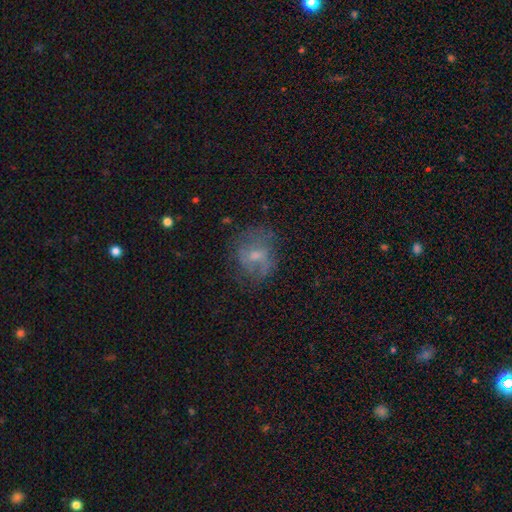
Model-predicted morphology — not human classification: A featured or disk galaxy (47%).

Vote fractions:
- Smooth or featured? featured or disk: 47% / smooth: 42% / star or artifact: 11%
- Merging? none: 56% / minor disturbance: 23% / major disturbance: 19% / merger: 2%